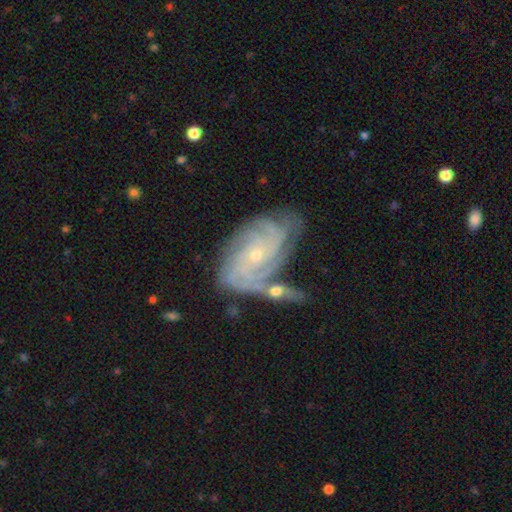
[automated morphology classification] Q: Smooth or featured?
A: featured or disk (87%); runner-up: smooth (7%)
Q: Edge-on disk?
A: no (96%); runner-up: yes (4%)
Q: Bar?
A: no (74%); runner-up: weak (21%)
Q: Spiral arms?
A: yes (97%); runner-up: no (3%)
Q: Spiral winding?
A: tight (72%); runner-up: medium (23%)
Q: Spiral arm count?
A: 4 (29%); runner-up: can't tell (25%)
Q: Bulge size?
A: small (78%); runner-up: moderate (19%)
Q: Merging?
A: none (54%); runner-up: minor disturbance (21%)